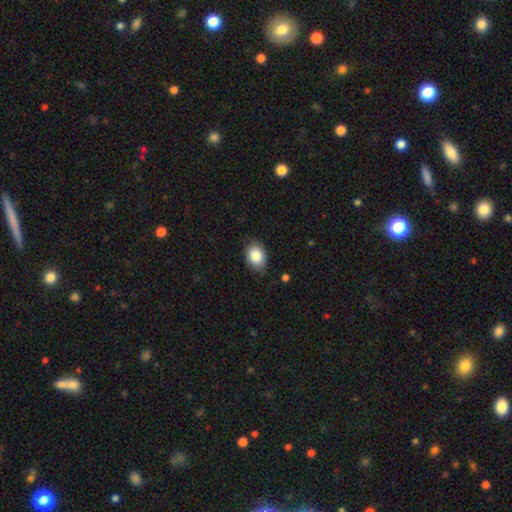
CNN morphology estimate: smooth 84%, star or artifact 8%, featured or disk 8%. Down the decision tree: how rounded — in between (73%); merging — none (79%).